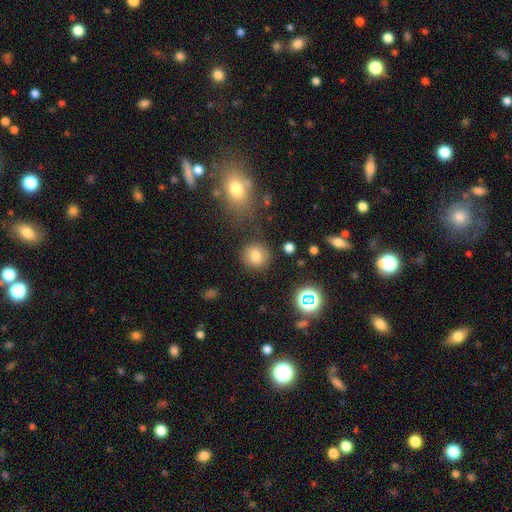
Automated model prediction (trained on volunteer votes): Smooth or featured? smooth (78%)
How rounded? round (87%)
Merging? none (83%)